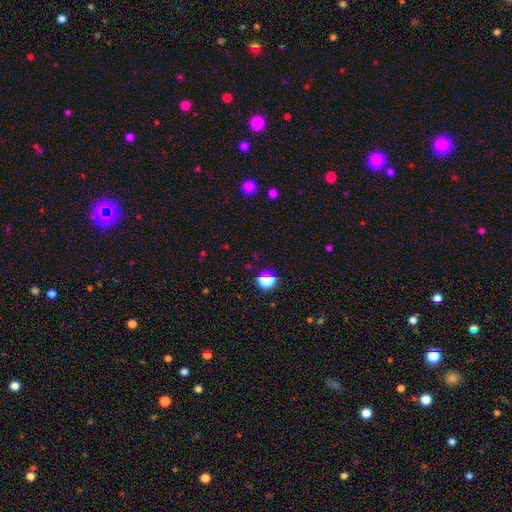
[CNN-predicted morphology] Smooth or featured? star or artifact (59%)